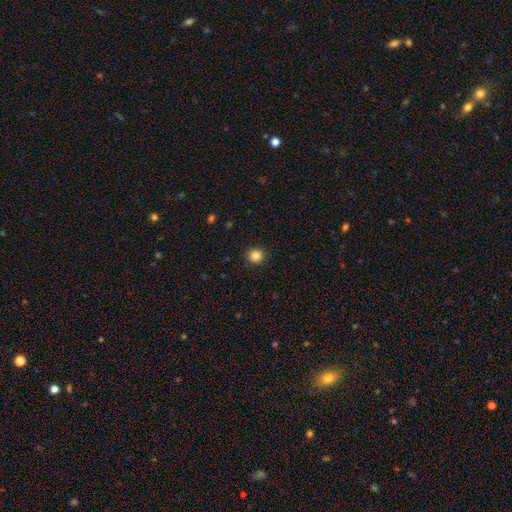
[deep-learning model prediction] Q: Smooth or featured?
A: smooth (85%); runner-up: star or artifact (11%)
Q: How rounded?
A: round (94%); runner-up: in between (5%)
Q: Merging?
A: none (92%); runner-up: minor disturbance (5%)